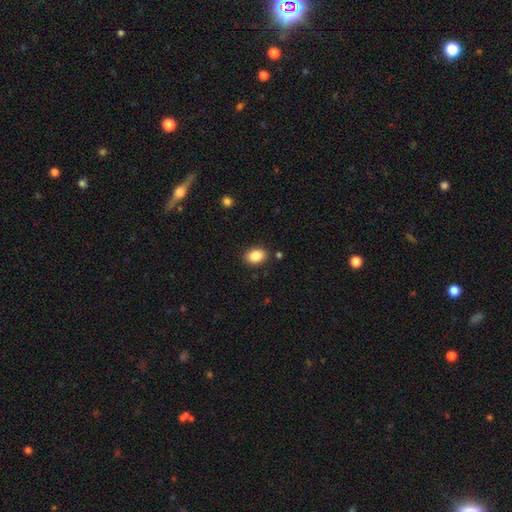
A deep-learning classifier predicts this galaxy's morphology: Q: Smooth or featured?
A: smooth (87%); runner-up: star or artifact (8%)
Q: How rounded?
A: in between (74%); runner-up: round (25%)
Q: Merging?
A: none (87%); runner-up: minor disturbance (8%)